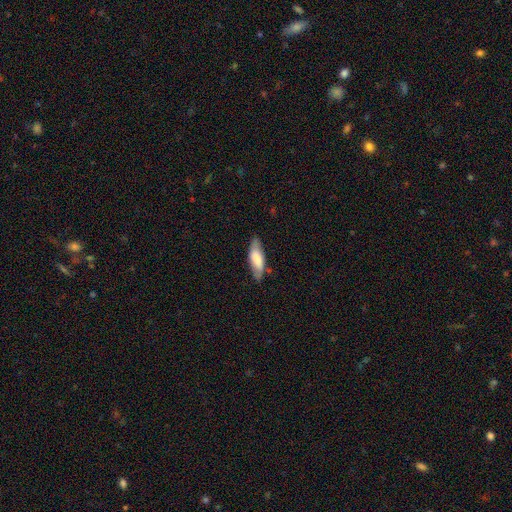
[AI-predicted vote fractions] A smooth galaxy with no disk features (69%) that is in between round and cigar-shaped (59%). Merging: none (72%).